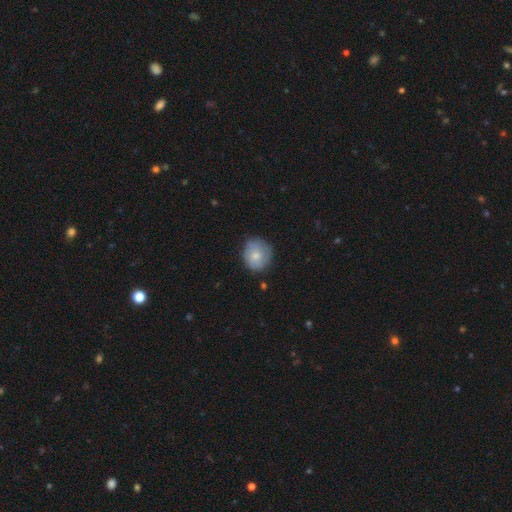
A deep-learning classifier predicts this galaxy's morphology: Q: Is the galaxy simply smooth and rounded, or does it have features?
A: smooth — 66%.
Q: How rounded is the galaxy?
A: round — 79%.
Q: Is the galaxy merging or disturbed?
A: none — 68%.